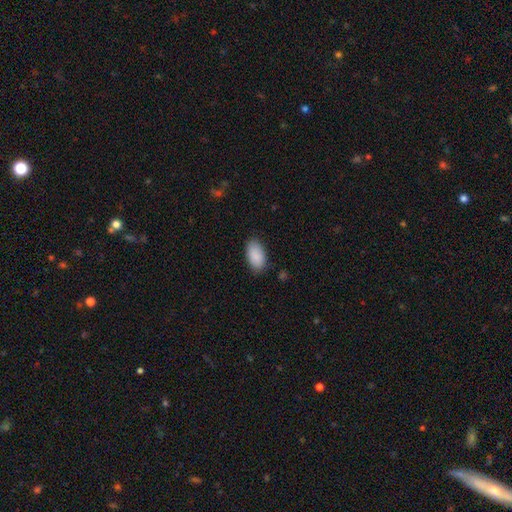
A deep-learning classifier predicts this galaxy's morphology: This appears to be a smooth galaxy with no disk features (90%) that is in between round and cigar-shaped (95%). Merging: none (83%).